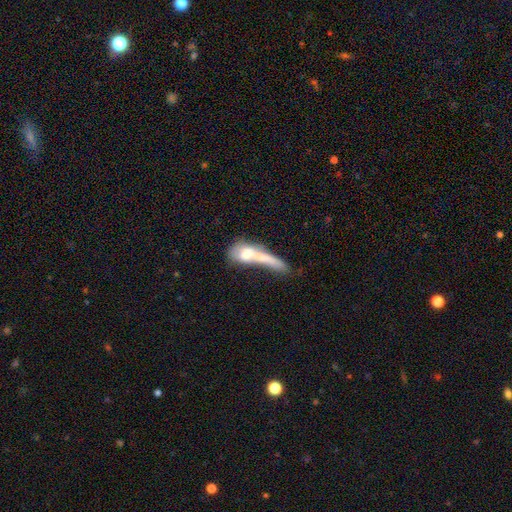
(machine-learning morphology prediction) Smooth or featured: smooth — 55% (featured or disk — 36%)
How rounded: cigar-shaped — 42% (in between — 36%)
Merging: merger — 36% (major disturbance — 34%)